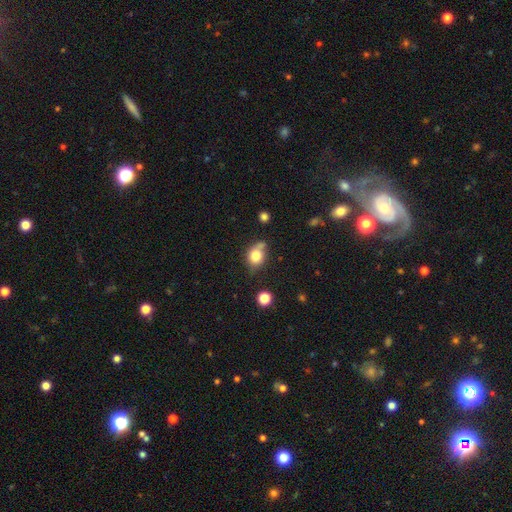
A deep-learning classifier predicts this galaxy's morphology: Smooth or featured? Predicted: smooth (p=0.78). How rounded? Predicted: round (p=0.57). Merging? Predicted: none (p=0.53).